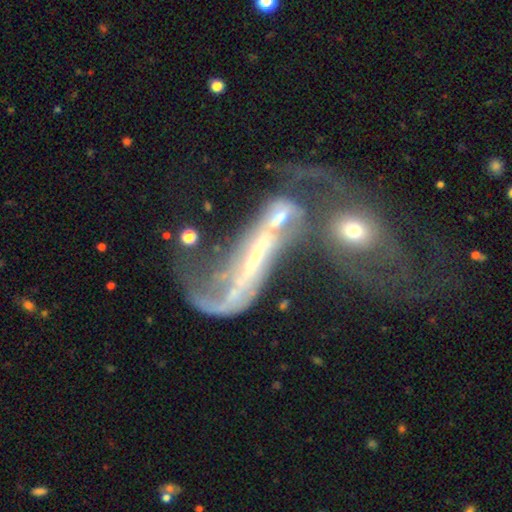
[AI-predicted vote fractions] This appears to be a featured or disk galaxy (75%) with a strong bar (39%), spiral arms (69%) and a small central bulge (50%). Merging: merger (64%).